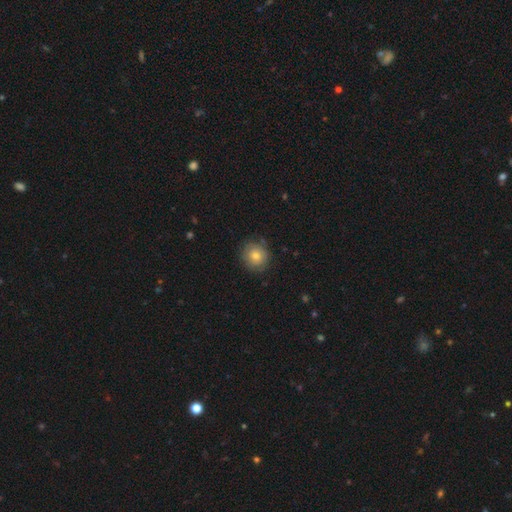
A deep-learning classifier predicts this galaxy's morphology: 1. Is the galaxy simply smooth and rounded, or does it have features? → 70% smooth, 20% featured or disk, 10% star or artifact.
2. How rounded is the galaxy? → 89% round, 10% in between, 1% cigar-shaped.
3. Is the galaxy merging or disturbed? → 82% none, 13% minor disturbance, 4% major disturbance, 1% merger.